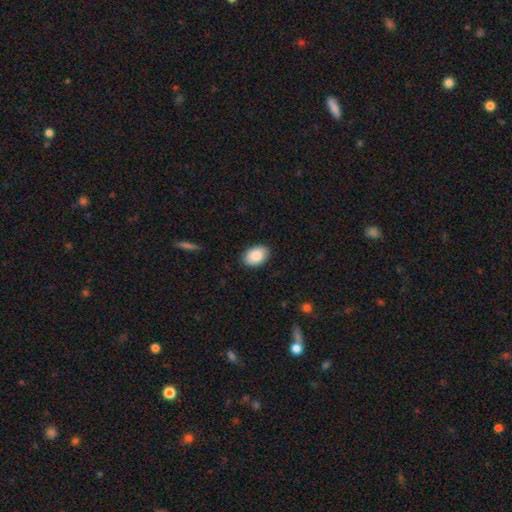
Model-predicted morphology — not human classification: This appears to be a smooth galaxy with no disk features (88%) that is in between round and cigar-shaped (84%). Merging: none (88%).